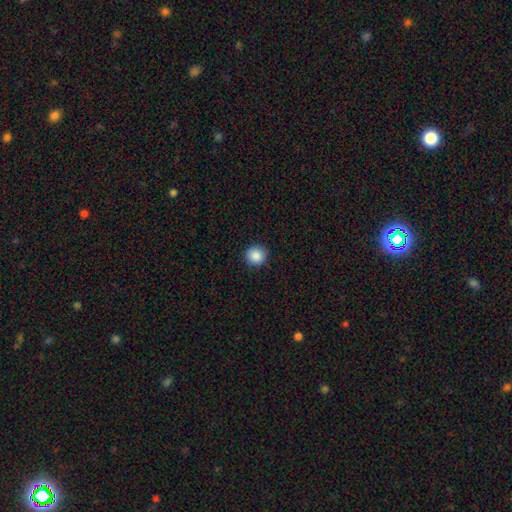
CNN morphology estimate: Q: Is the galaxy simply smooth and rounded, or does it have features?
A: smooth — 88%.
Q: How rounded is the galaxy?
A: round — 92%.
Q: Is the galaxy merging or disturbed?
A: none — 91%.